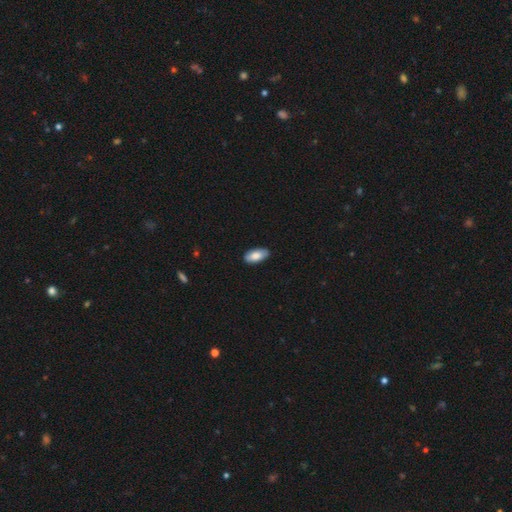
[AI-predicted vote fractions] Overall: smooth (83%). How rounded: in between (93%). Merging: none (87%).